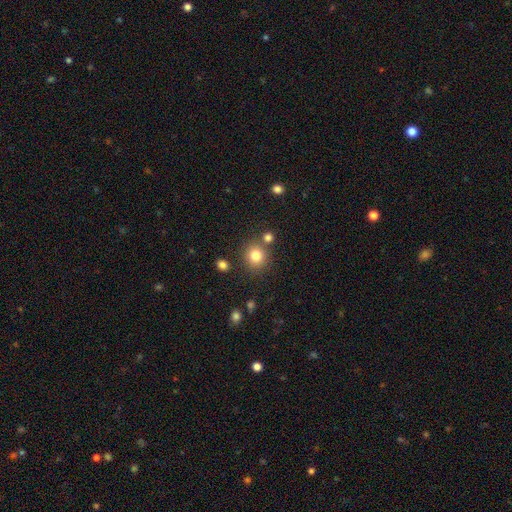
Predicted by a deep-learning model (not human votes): Smooth or featured? smooth (82%)
How rounded? round (85%)
Merging? none (78%)